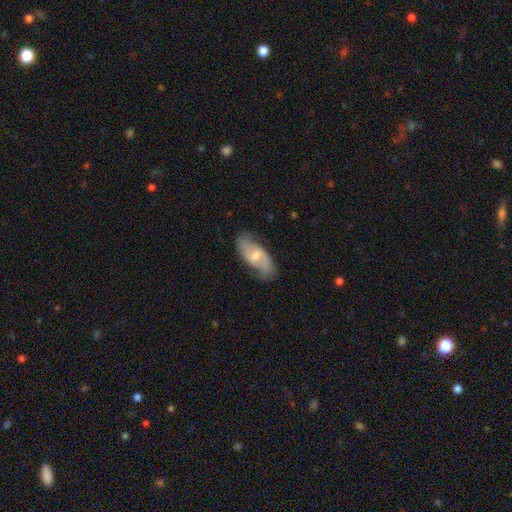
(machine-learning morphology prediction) featured or disk 61%, smooth 33%, star or artifact 6%. Down the decision tree: edge-on disk — no (92%); bar — weak (57%); spiral arms — yes (84%); bulge size — moderate (48%); merging — none (75%).